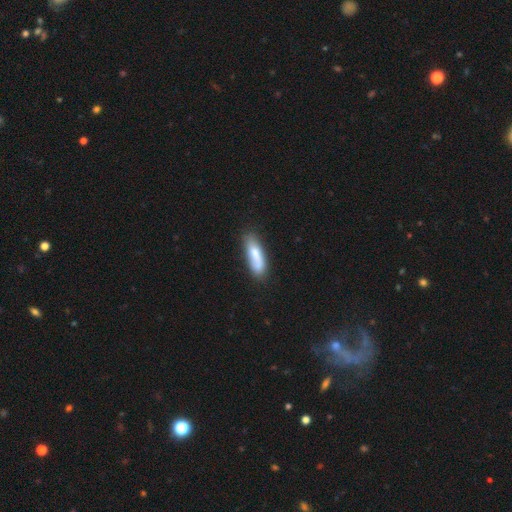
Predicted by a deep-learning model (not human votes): A smooth galaxy with no disk features (71%) that is cigar-shaped (49%, tied with in between).

Vote fractions:
- Smooth or featured? smooth: 71% / featured or disk: 23% / star or artifact: 6%
- How rounded? cigar-shaped: 49% (tied) / in between: 49% (tied) / round: 2%
- Merging? none: 68% / minor disturbance: 21% / merger: 6% / major disturbance: 5%